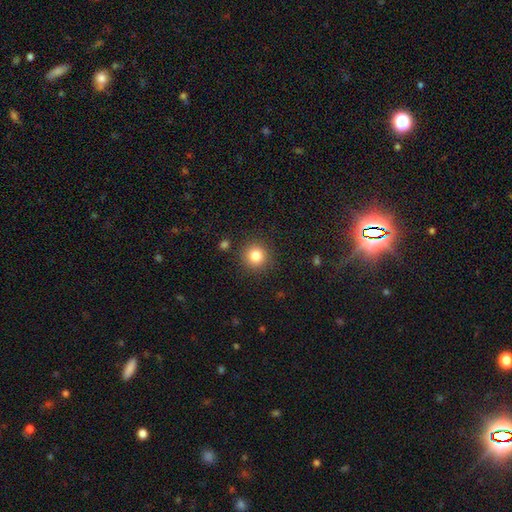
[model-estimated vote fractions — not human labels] smooth-or-featured: smooth: 83% | star or artifact: 11% | featured or disk: 6%
  how-rounded: round: 94% | in between: 5% | cigar-shaped: 1%
  merging: none: 89% | minor disturbance: 7% | major disturbance: 3% | merger: 2%